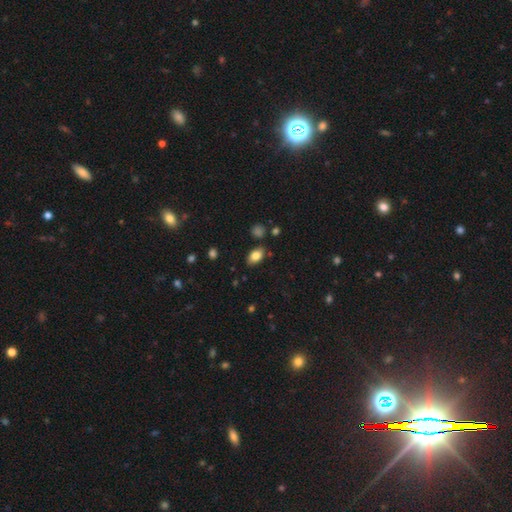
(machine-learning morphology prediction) A smooth galaxy with no disk features (83%) that is in between round and cigar-shaped (89%).

Vote fractions:
- Smooth or featured? smooth: 83% / star or artifact: 9% / featured or disk: 9%
- How rounded? in between: 89% / round: 9% / cigar-shaped: 2%
- Merging? none: 83% / minor disturbance: 11% / merger: 3% / major disturbance: 3%